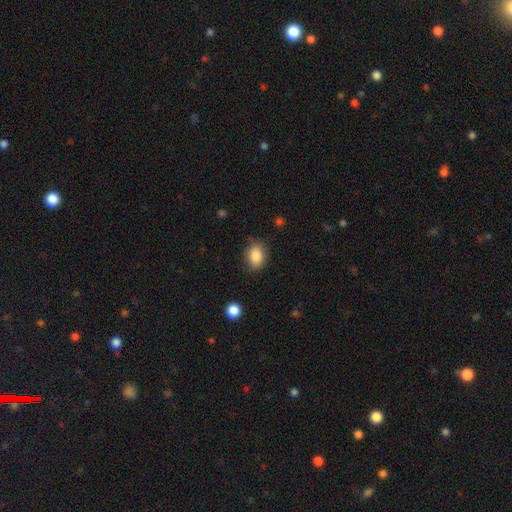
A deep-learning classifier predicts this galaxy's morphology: This is clearly a smooth galaxy (85%). How rounded: likely in between (70%). Merging: clearly none (82%).